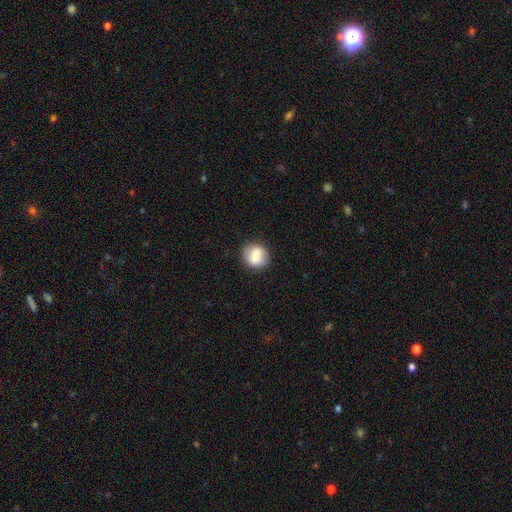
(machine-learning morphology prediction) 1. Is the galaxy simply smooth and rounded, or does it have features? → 71% smooth, 21% featured or disk, 8% star or artifact.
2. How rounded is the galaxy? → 78% round, 20% in between, 1% cigar-shaped.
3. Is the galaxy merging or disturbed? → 83% none, 12% minor disturbance, 4% major disturbance, 1% merger.